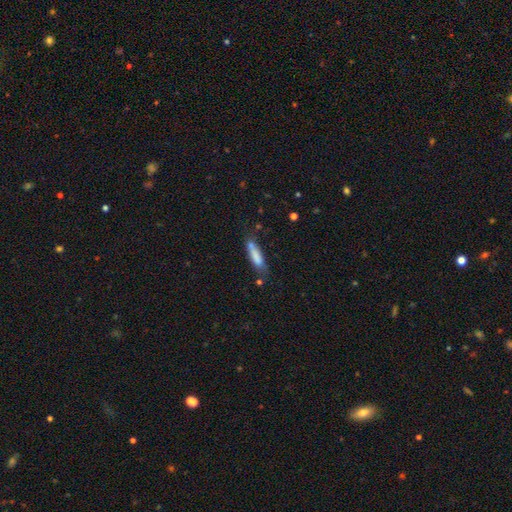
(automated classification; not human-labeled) Smooth or featured? Predicted: smooth (p=0.79). How rounded? Predicted: cigar-shaped (p=0.72). Merging? Predicted: none (p=0.59).